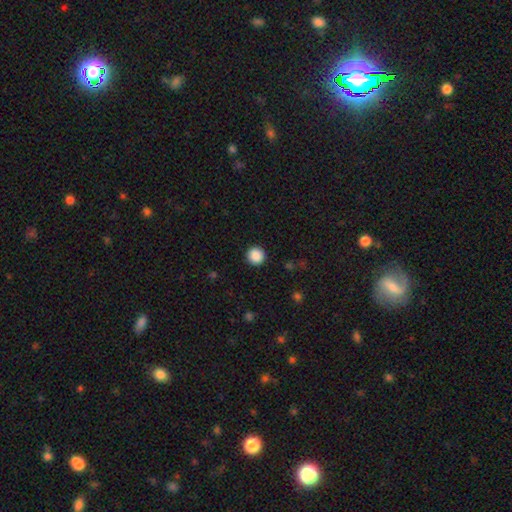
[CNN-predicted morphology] type=smooth (89%); roundness=round (96%); merging=none (93%).